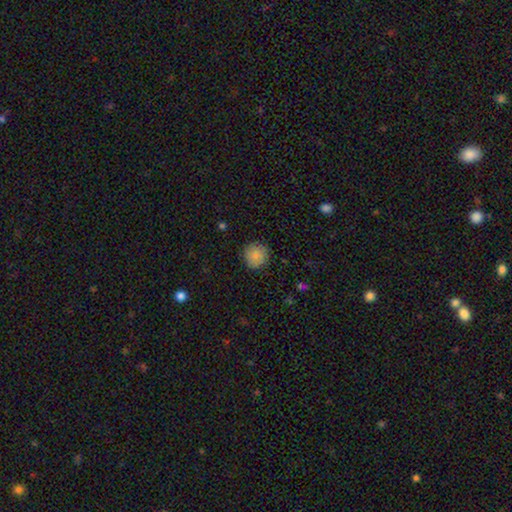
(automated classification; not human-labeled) smooth_or_featured: smooth (p=0.83) [alt: star or artifact p=0.09]
how_rounded: round (p=0.92) [alt: in between p=0.07]
merging: none (p=0.87) [alt: minor disturbance p=0.10]